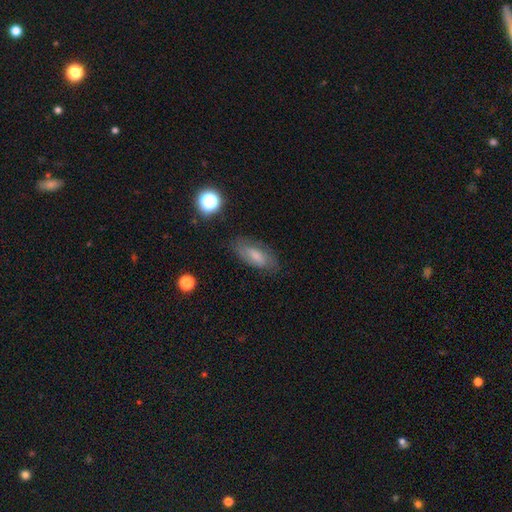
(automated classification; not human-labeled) Q: Smooth or featured?
A: smooth (55%); runner-up: featured or disk (35%)
Q: How rounded?
A: in between (81%); runner-up: cigar-shaped (15%)
Q: Merging?
A: none (76%); runner-up: minor disturbance (17%)